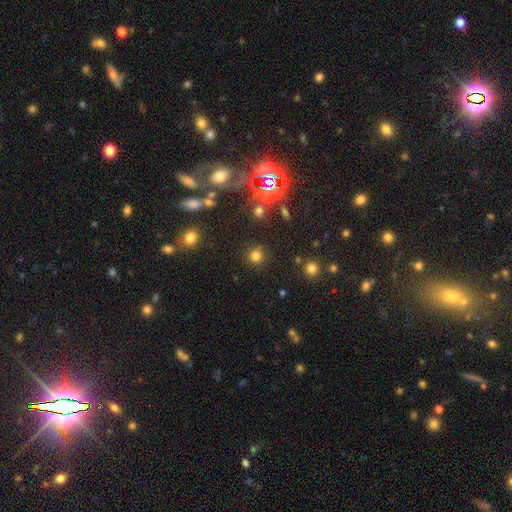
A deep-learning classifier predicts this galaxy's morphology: type=smooth (73%); roundness=round (90%); merging=none (86%).